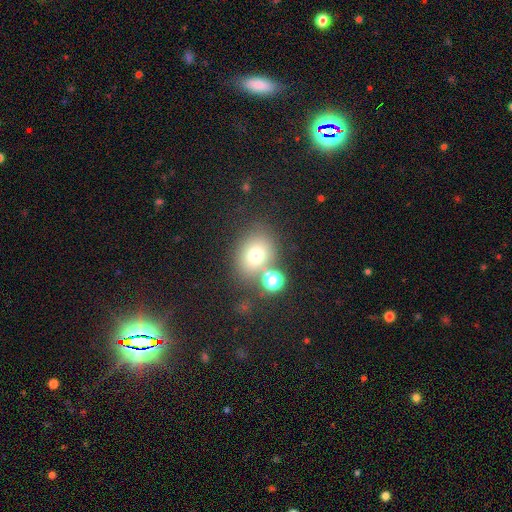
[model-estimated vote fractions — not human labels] Smooth or featured?
  - smooth: 71% *
  - star or artifact: 16%
  - featured or disk: 14%
How rounded?
  - round: 52% *
  - in between: 47%
  - cigar-shaped: 1%
Merging?
  - none: 61% *
  - merger: 20%
  - minor disturbance: 13%
  - major disturbance: 6%